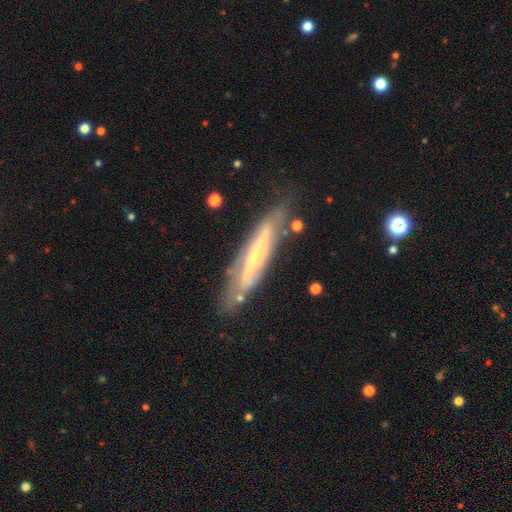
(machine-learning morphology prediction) Smooth or featured?
  - featured or disk: 66% *
  - smooth: 28%
  - star or artifact: 6%
Edge-on disk?
  - yes: 66% *
  - no: 34%
Merging?
  - none: 72% *
  - minor disturbance: 19%
  - major disturbance: 5%
  - merger: 4%